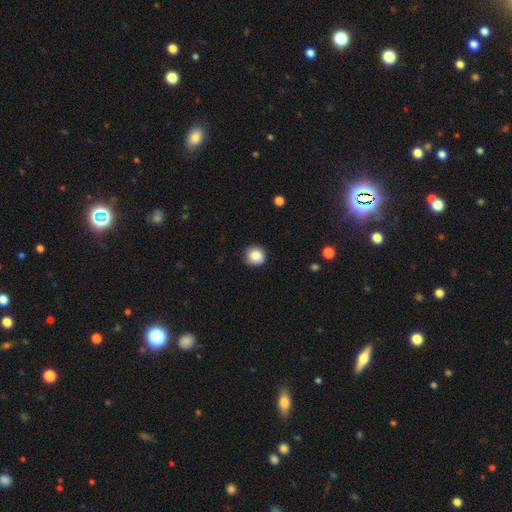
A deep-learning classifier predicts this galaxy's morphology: Smooth or featured? Predicted: smooth (p=0.86). How rounded? Predicted: round (p=0.94). Merging? Predicted: none (p=0.89).